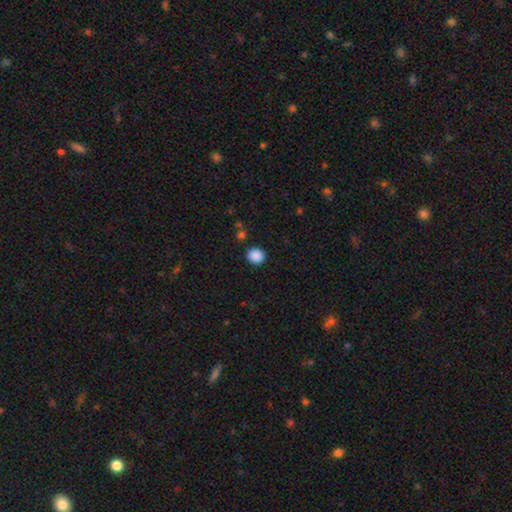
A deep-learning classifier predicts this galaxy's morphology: Smooth or featured: smooth — 88% (star or artifact — 9%)
How rounded: round — 83% (in between — 16%)
Merging: none — 88% (minor disturbance — 7%)